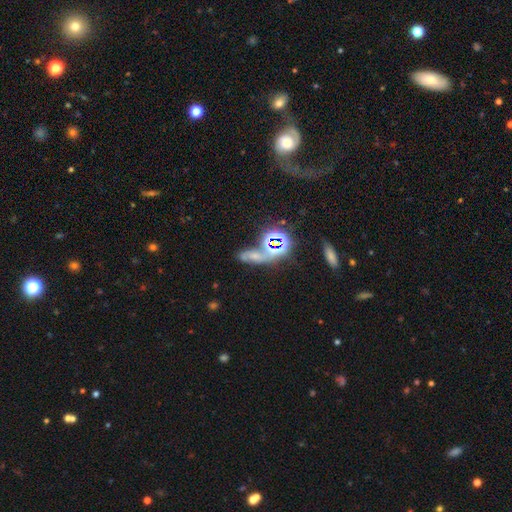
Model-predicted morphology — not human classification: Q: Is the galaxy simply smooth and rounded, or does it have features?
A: star or artifact — 40%.